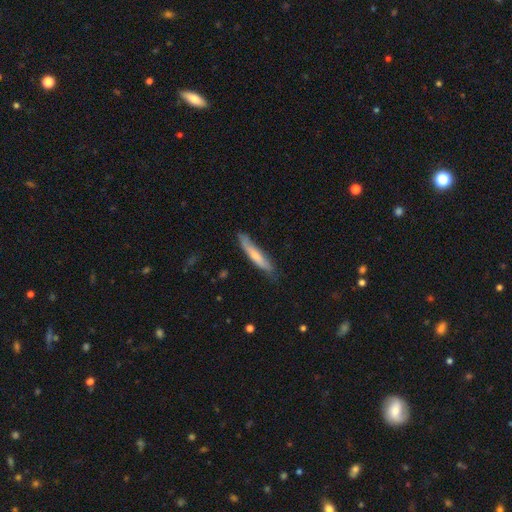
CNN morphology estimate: Smooth or featured?
  - smooth: 64% *
  - featured or disk: 31%
  - star or artifact: 6%
How rounded?
  - cigar-shaped: 90% *
  - in between: 9%
  - round: 1%
Merging?
  - none: 71% *
  - minor disturbance: 23%
  - major disturbance: 5%
  - merger: 2%